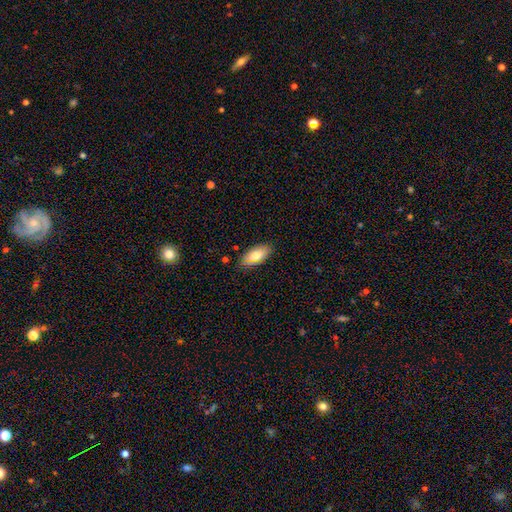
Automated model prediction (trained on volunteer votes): Smooth or featured? smooth (73%)
How rounded? in between (89%)
Merging? none (84%)